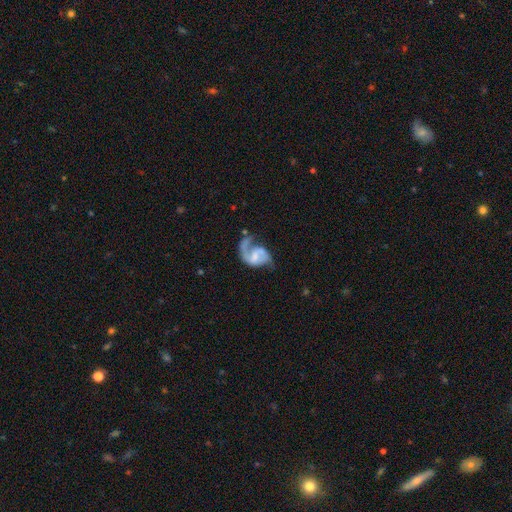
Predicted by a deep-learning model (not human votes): A featured or disk galaxy (83%) with a weak bar (49%), 2 (64%) medium (46%) spiral arms (93%) and a small central bulge (37%).

Vote fractions:
- Smooth or featured? featured or disk: 83% / smooth: 12% / star or artifact: 5%
- Edge-on disk? no: 98% / yes: 2%
- Bar? weak: 49% / no: 32% / strong: 19%
- Spiral arms? yes: 93% / no: 7%
- Spiral winding? medium: 46% / loose: 38% / tight: 16%
- Spiral arm count? 2: 64% / 1: 30% / can't tell: 4% / 3: 1% / 4: 1% / more than 4: 1%
- Bulge size? small: 37% / none: 30% / moderate: 25% / large: 6% / dominant: 1%
- Merging? none: 42% / major disturbance: 31% / minor disturbance: 22% / merger: 5%